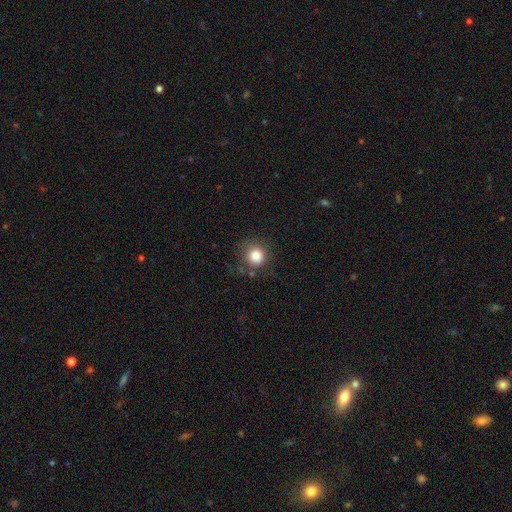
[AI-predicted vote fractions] Smooth or featured? Predicted: smooth (p=0.84). How rounded? Predicted: round (p=0.88). Merging? Predicted: none (p=0.74).